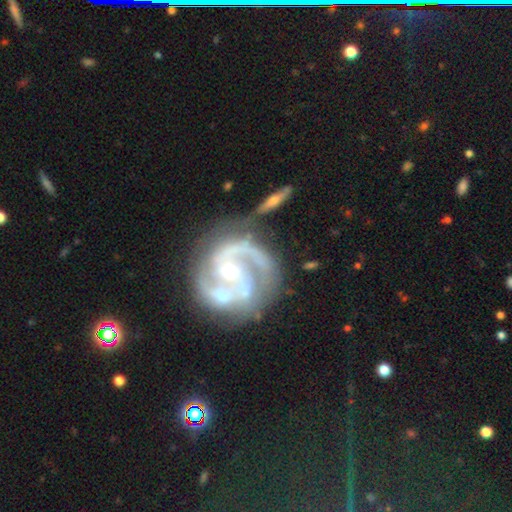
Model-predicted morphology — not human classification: featured or disk 91%, star or artifact 5%, smooth 4%. Down the decision tree: edge-on disk — no (98%); bar — no (53%); spiral arms — yes (97%); spiral arm count — 2 (70%); spiral winding — medium (48%); bulge size — small (53%); merging — none (51%).